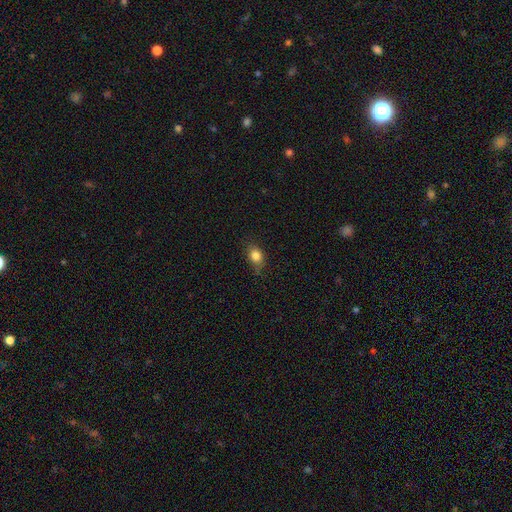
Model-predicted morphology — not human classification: smooth 83%, star or artifact 10%, featured or disk 7%. Down the decision tree: how rounded — in between (54%); merging — none (68%).